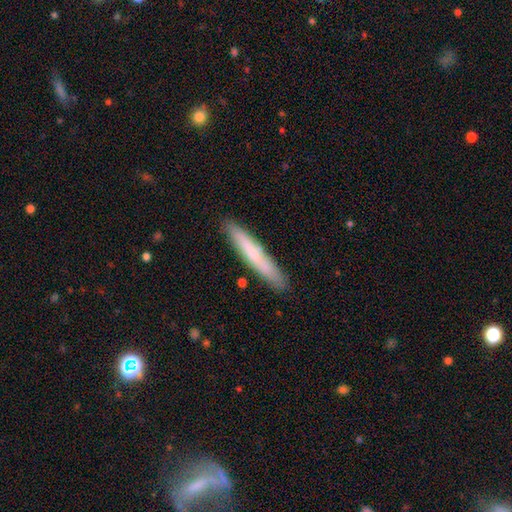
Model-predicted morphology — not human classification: Smooth or featured? smooth (61%)
How rounded? cigar-shaped (94%)
Merging? none (89%)